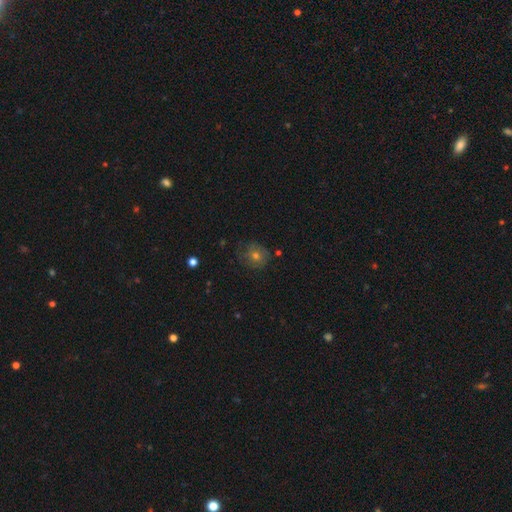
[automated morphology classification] smooth 53%, featured or disk 27%, star or artifact 20%. Down the decision tree: how rounded — round (83%); merging — none (75%).